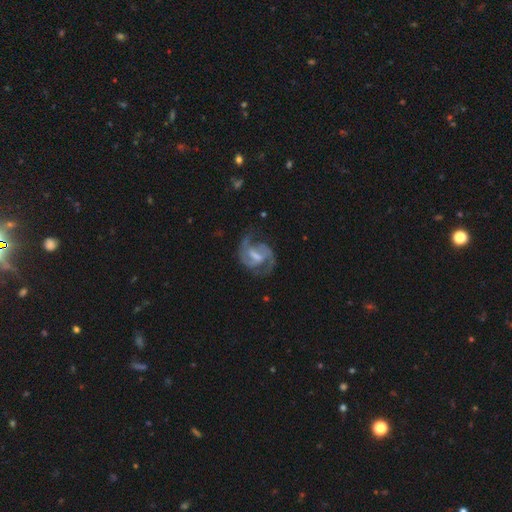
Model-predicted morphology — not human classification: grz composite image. It shows a featured or disk galaxy (87%) with a weak bar (49%), 2 (87%) medium (57%) spiral arms (96%) and no central bulge (31%, tied with moderate). Merging: none (65%).